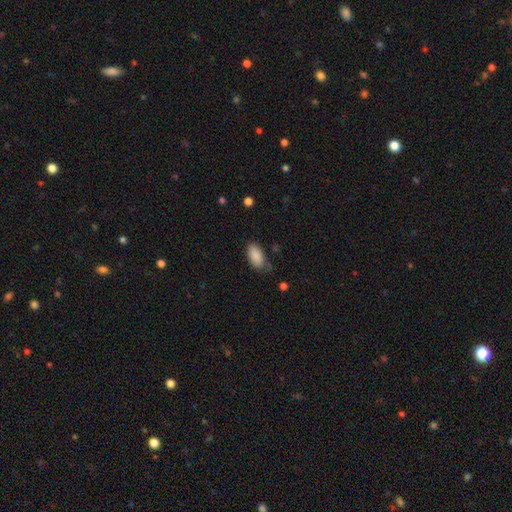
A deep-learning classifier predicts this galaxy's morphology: smooth-or-featured: smooth: 88% | star or artifact: 7% | featured or disk: 5%
  how-rounded: in between: 94% | cigar-shaped: 3% | round: 3%
  merging: none: 63% | minor disturbance: 27% | major disturbance: 7% | merger: 3%